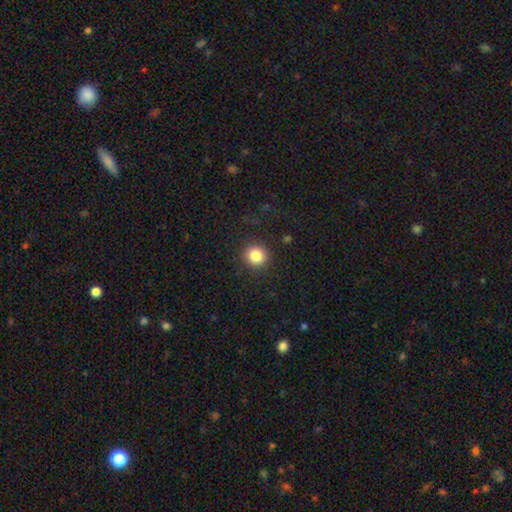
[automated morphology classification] Smooth or featured? smooth (85%)
How rounded? round (91%)
Merging? none (90%)